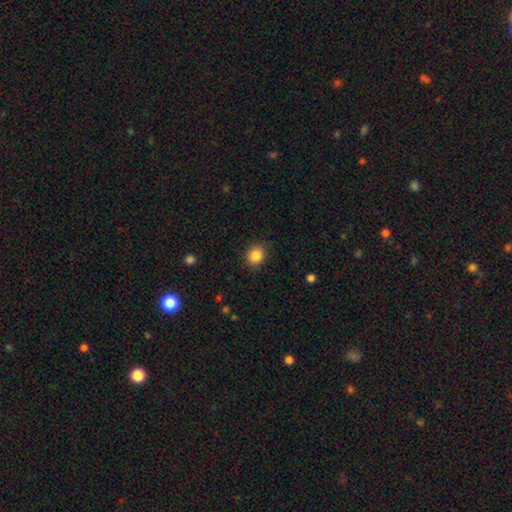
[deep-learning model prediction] A smooth galaxy with no disk features (86%) that is round (78%). Merging: none (85%).